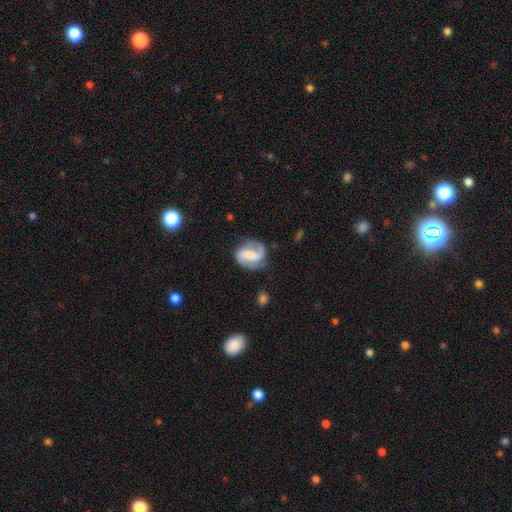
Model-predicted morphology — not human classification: The model was most divided on "bar": strong: 44%, weak: 36%, no: 20%. Remaining: edge-on disk — no (98%); spiral arms — yes (91%); spiral arm count — 2 (84%); smooth or featured — featured or disk (73%); merging — none (70%); spiral winding — medium (44%); bulge size — none (35%).